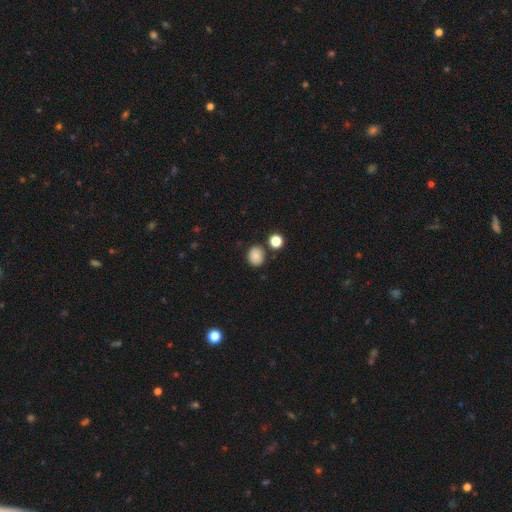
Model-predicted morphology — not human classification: Smooth or featured: smooth — 84% (star or artifact — 11%)
How rounded: round — 67% (in between — 32%)
Merging: none — 79% (minor disturbance — 11%)